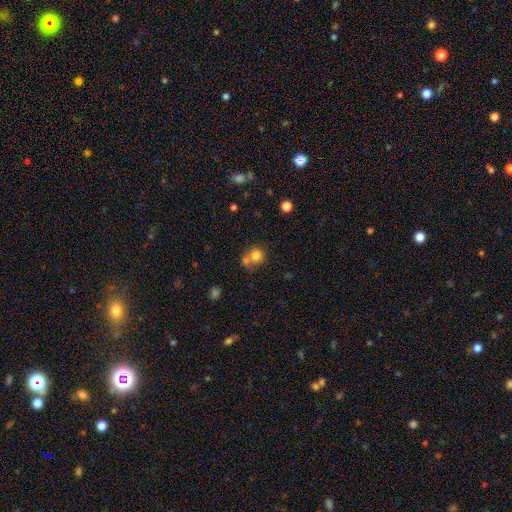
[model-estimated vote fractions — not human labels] Smooth or featured?
  - smooth: 77% *
  - featured or disk: 12%
  - star or artifact: 11%
How rounded?
  - round: 86% *
  - in between: 13%
  - cigar-shaped: 1%
Merging?
  - none: 46% *
  - merger: 39%
  - minor disturbance: 10%
  - major disturbance: 5%